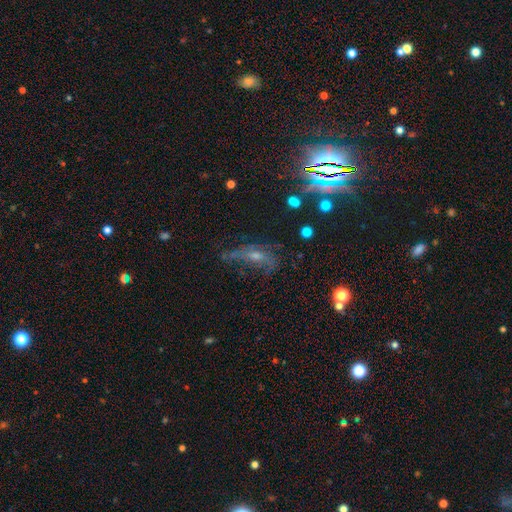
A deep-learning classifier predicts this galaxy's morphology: type=featured or disk (41%); merging=none (37%).